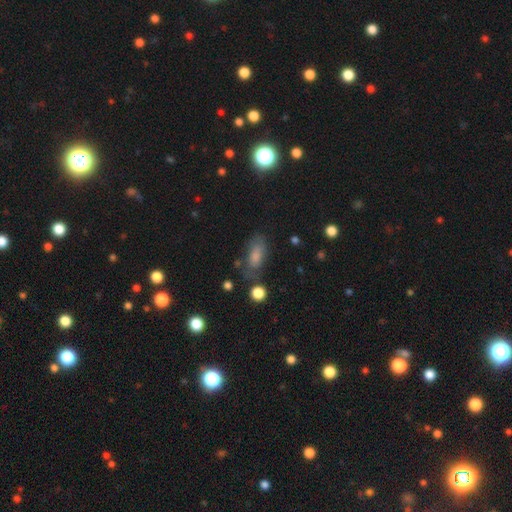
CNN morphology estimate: A smooth galaxy with no disk features (72%) that is in between round and cigar-shaped (84%). Merging: none (58%).